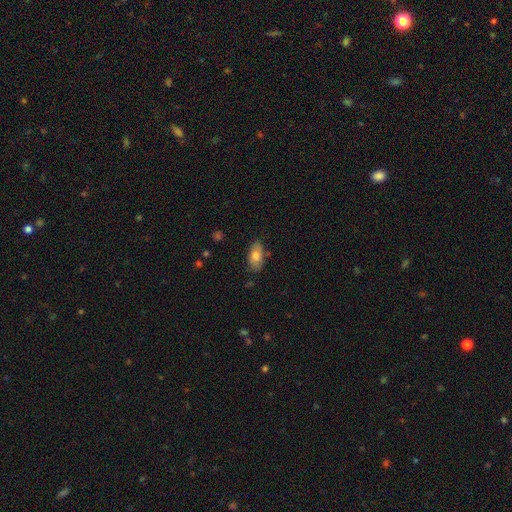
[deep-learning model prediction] Morphology: type=smooth (77%); roundness=in between (91%); merging=none (79%).